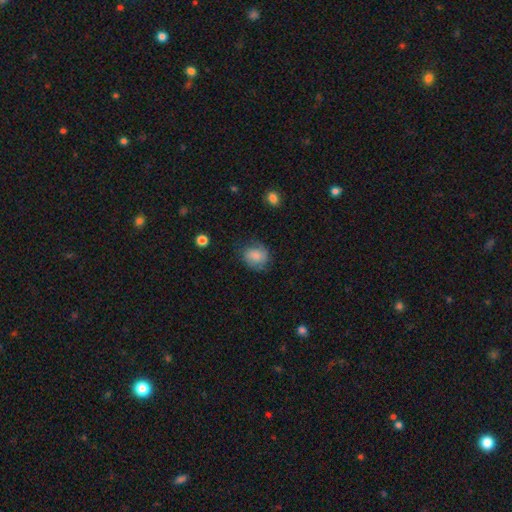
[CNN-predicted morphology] smooth_or_featured: smooth (p=0.66) [alt: featured or disk p=0.26]
how_rounded: round (p=0.63) [alt: in between p=0.36]
merging: none (p=0.67) [alt: minor disturbance p=0.22]